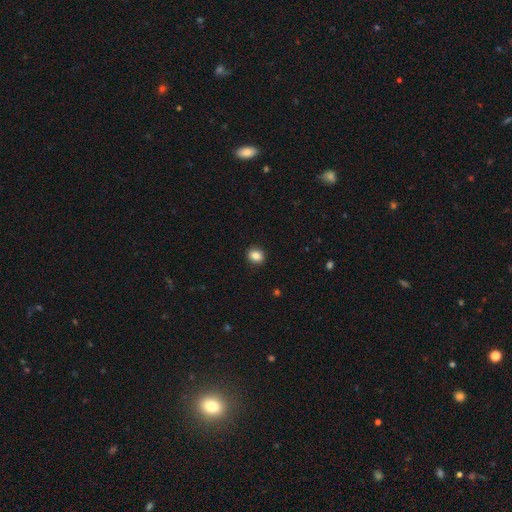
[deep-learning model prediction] This is clearly a smooth galaxy (86%). How rounded: likely round (63%). Merging: clearly none (91%).